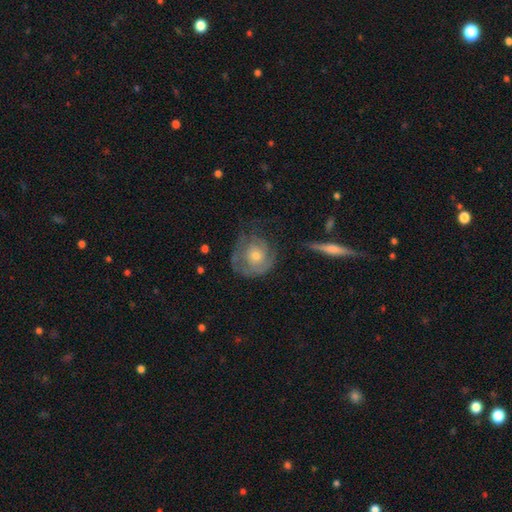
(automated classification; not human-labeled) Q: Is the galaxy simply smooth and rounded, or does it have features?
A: featured or disk — 64%.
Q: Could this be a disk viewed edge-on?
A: no — 96%.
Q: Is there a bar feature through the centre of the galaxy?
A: no — 84%.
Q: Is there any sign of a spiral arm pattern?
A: yes — 75%.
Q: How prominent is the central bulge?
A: small — 48%.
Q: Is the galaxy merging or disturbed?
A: none — 53%.